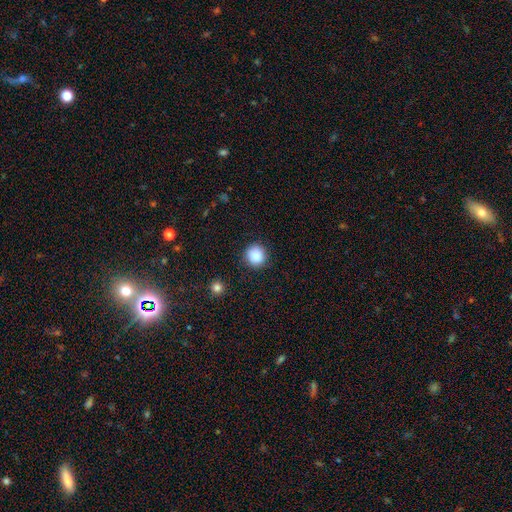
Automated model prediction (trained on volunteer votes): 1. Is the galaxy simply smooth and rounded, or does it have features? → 88% smooth, 9% star or artifact, 4% featured or disk.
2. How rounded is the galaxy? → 92% round, 7% in between, 1% cigar-shaped.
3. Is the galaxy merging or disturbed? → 90% none, 7% minor disturbance, 2% major disturbance, 1% merger.